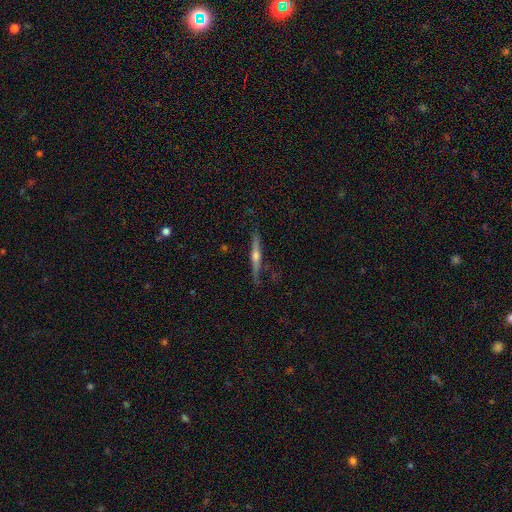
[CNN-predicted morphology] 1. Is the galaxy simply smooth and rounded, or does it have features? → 76% featured or disk, 18% smooth, 6% star or artifact.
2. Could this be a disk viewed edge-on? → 98% yes, 2% no.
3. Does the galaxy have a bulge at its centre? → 91% rounded, 6% none, 4% boxy.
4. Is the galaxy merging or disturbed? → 85% none, 11% minor disturbance, 2% major disturbance, 2% merger.